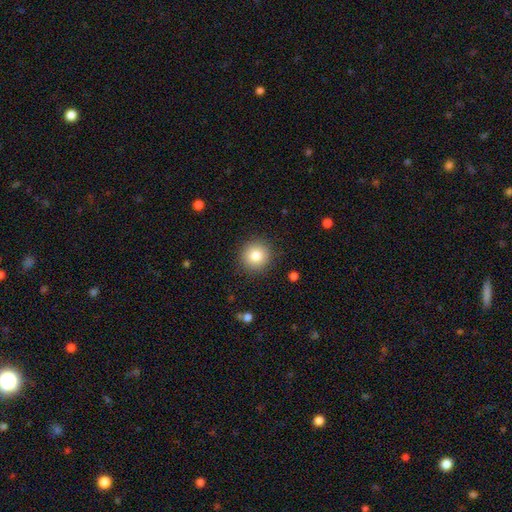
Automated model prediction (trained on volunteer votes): The model was most divided on "smooth or featured": smooth: 82%, star or artifact: 10%, featured or disk: 8%. More confident: how rounded — round (95%); merging — none (91%).